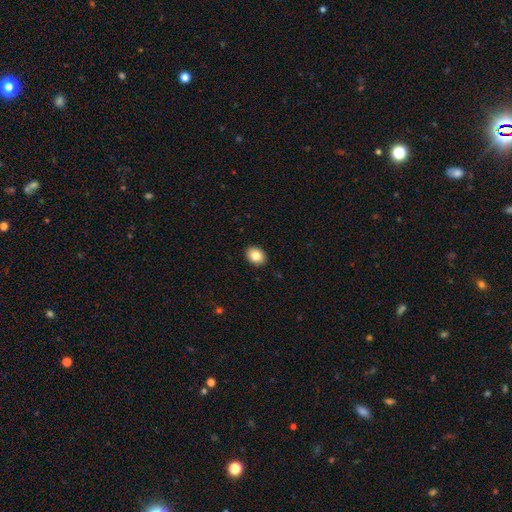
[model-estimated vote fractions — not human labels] smooth 84%, star or artifact 8%, featured or disk 8%. Down the decision tree: how rounded — in between (68%); merging — none (91%).